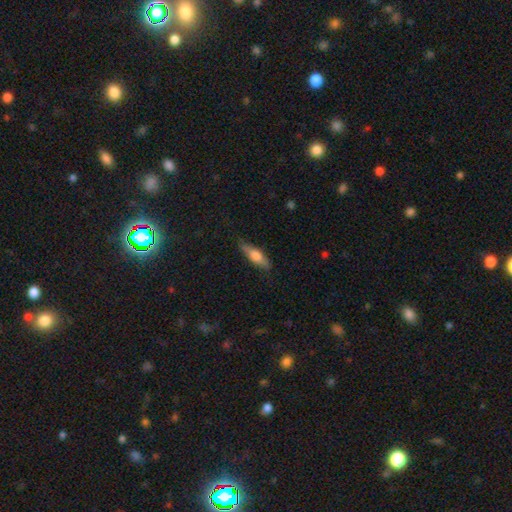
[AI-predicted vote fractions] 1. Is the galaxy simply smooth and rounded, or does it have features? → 61% smooth, 33% featured or disk, 6% star or artifact.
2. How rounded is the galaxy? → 55% cigar-shaped, 43% in between, 3% round.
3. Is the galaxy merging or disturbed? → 80% none, 16% minor disturbance, 3% major disturbance, 1% merger.